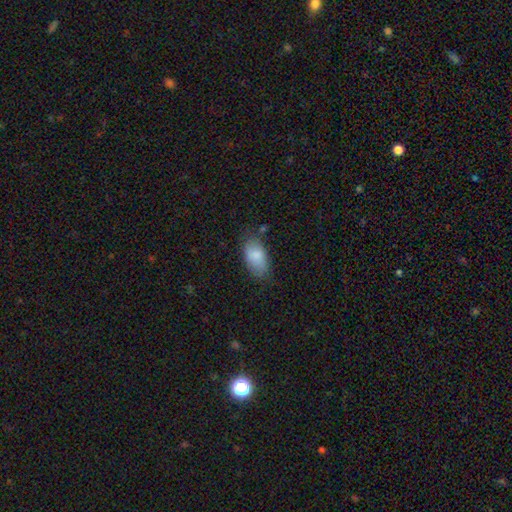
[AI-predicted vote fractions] smooth_or_featured: smooth (p=0.84) [alt: featured or disk p=0.09]
how_rounded: in between (p=0.93) [alt: round p=0.04]
merging: none (p=0.69) [alt: minor disturbance p=0.23]